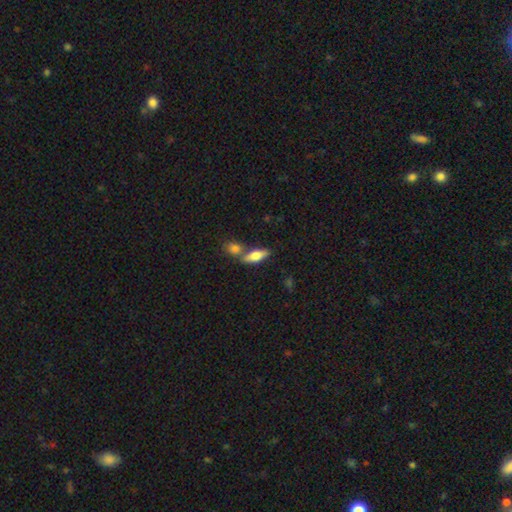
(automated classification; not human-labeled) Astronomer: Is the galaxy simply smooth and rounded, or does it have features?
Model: smooth — 59%.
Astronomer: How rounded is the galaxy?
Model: in between — 60% (runner-up: cigar-shaped, 36%).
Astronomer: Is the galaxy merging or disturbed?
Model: none — 55% (runner-up: merger, 32%).